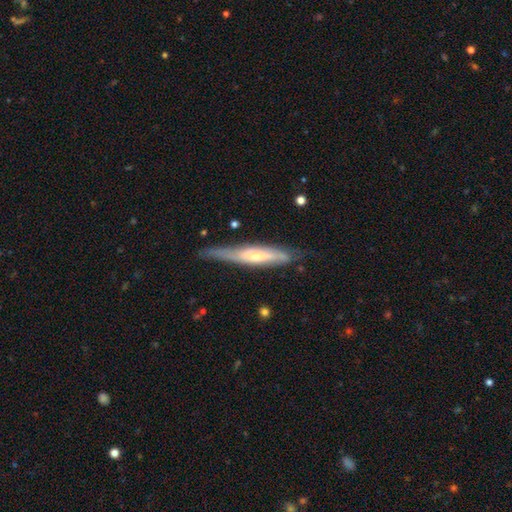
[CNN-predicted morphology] A featured or disk galaxy (58%) viewed edge-on (77%). Merging: none (66%).